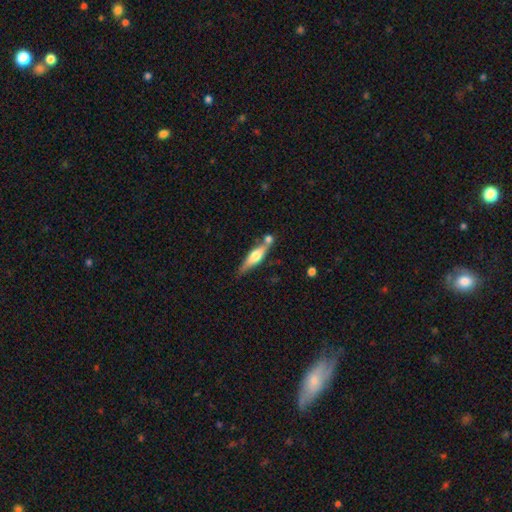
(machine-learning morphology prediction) A featured or disk galaxy (56%) viewed edge-on (91%) with a rounded central bulge (87%).

Vote fractions:
- Smooth or featured? featured or disk: 56% / smooth: 38% / star or artifact: 6%
- Edge-on disk? yes: 91% / no: 9%
- Edge-on bulge? rounded: 87% / boxy: 9% / none: 4%
- Merging? none: 63% / merger: 19% / minor disturbance: 14% / major disturbance: 4%